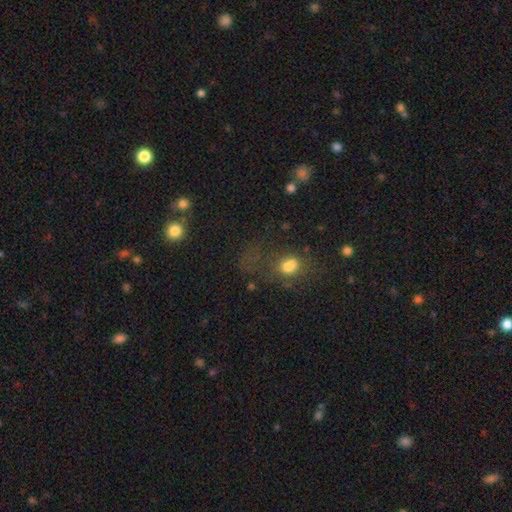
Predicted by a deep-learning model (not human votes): smooth-or-featured: smooth: 54% | star or artifact: 35% | featured or disk: 11%
  how-rounded: round: 69% | in between: 29% | cigar-shaped: 2%
  merging: none: 66% | minor disturbance: 16% | major disturbance: 12% | merger: 6%